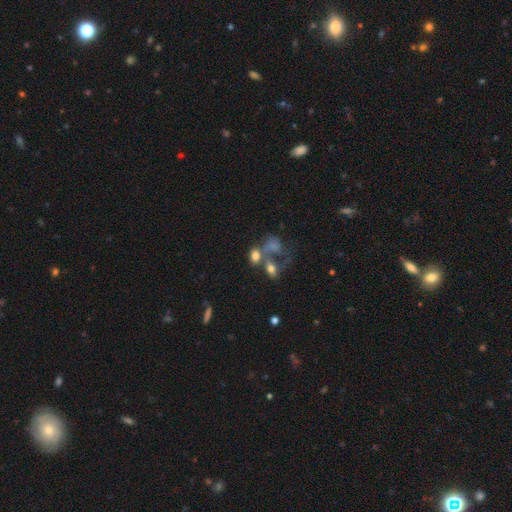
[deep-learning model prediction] smooth-or-featured: smooth: 68% | featured or disk: 19% | star or artifact: 13%
  how-rounded: in between: 76% | round: 21% | cigar-shaped: 3%
  merging: merger: 48% | none: 28% | major disturbance: 13% | minor disturbance: 11%